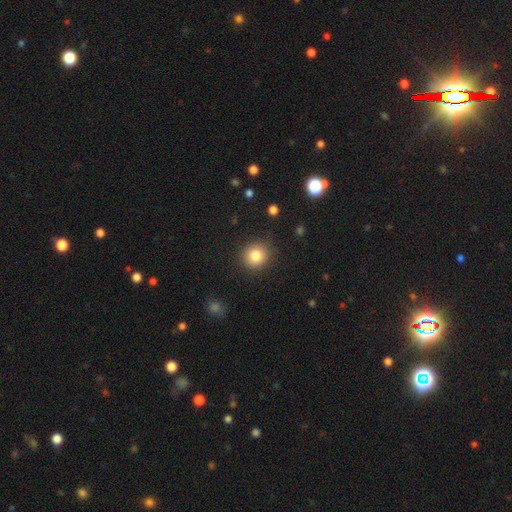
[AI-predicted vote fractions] Smooth or featured? smooth (83%)
How rounded? round (86%)
Merging? none (89%)